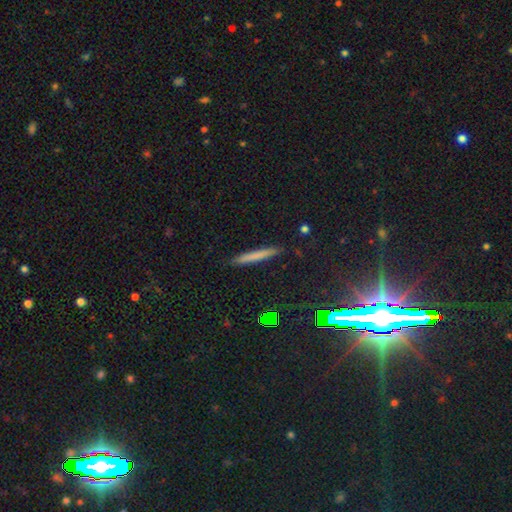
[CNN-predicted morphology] A smooth galaxy with no disk features (66%) that is cigar-shaped (95%).

Vote fractions:
- Smooth or featured? smooth: 66% / featured or disk: 21% / star or artifact: 13%
- How rounded? cigar-shaped: 95% / in between: 3% / round: 2%
- Merging? none: 89% / minor disturbance: 8% / major disturbance: 2% / merger: 1%